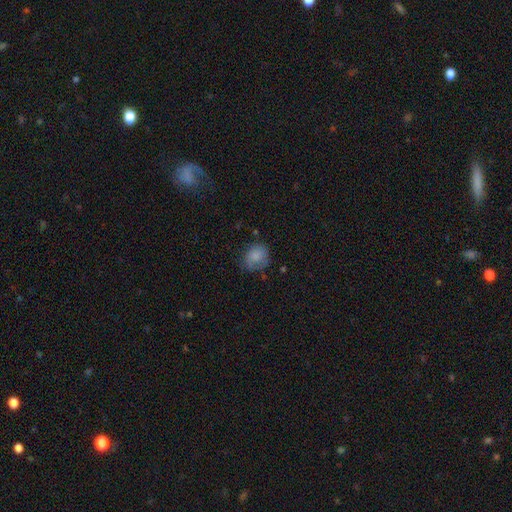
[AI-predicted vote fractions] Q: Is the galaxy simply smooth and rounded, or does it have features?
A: smooth — 79%.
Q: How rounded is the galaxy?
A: round — 68%.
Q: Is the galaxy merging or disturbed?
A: none — 59%.